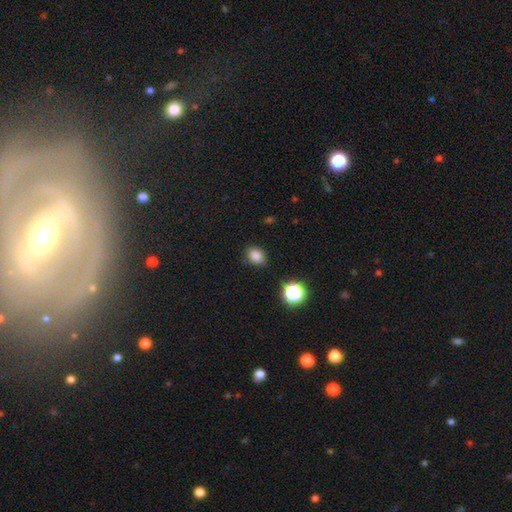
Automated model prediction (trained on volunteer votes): A smooth galaxy with no disk features (83%) that is in between round and cigar-shaped (52%).

Vote fractions:
- Smooth or featured? smooth: 83% / star or artifact: 13% / featured or disk: 4%
- How rounded? in between: 52% / round: 47% / cigar-shaped: 1%
- Merging? none: 85% / minor disturbance: 11% / major disturbance: 3% / merger: 2%